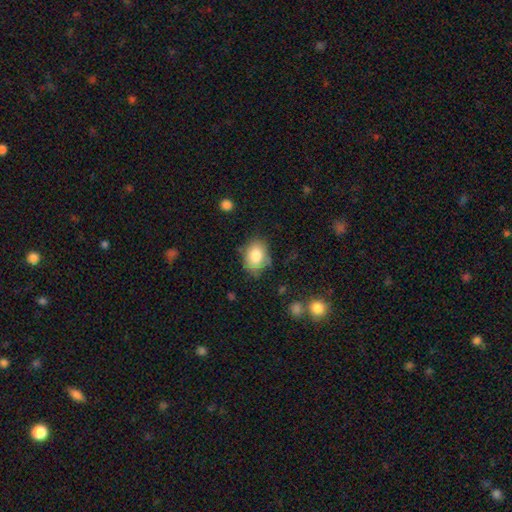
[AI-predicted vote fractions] The model was most divided on "how rounded": in between: 64%, round: 35%, cigar-shaped: 1%. More confident: smooth or featured — smooth (81%); merging — none (71%).